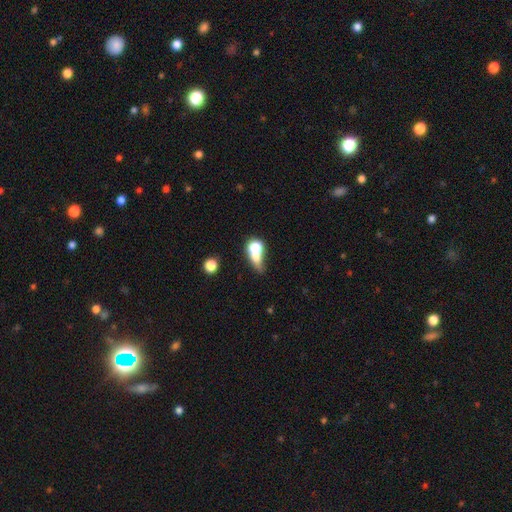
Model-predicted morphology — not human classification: A smooth galaxy with no disk features (66%) that is round (45%, tied with in between). Merging: merger (49%).